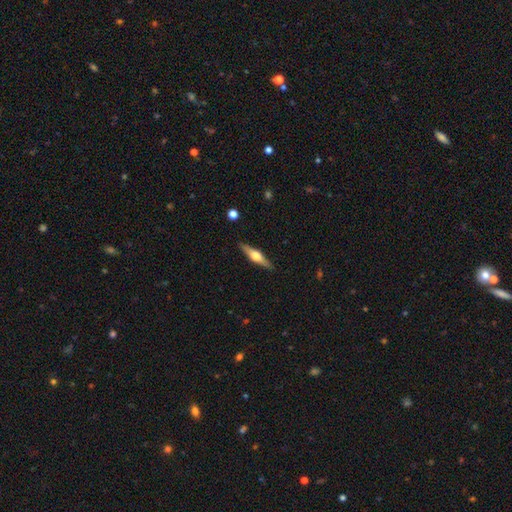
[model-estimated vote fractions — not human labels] Smooth or featured: featured or disk — 66% (smooth — 29%)
Edge-on disk: yes — 97% (no — 3%)
Edge-on bulge: rounded — 94% (boxy — 4%)
Merging: none — 90% (minor disturbance — 7%)